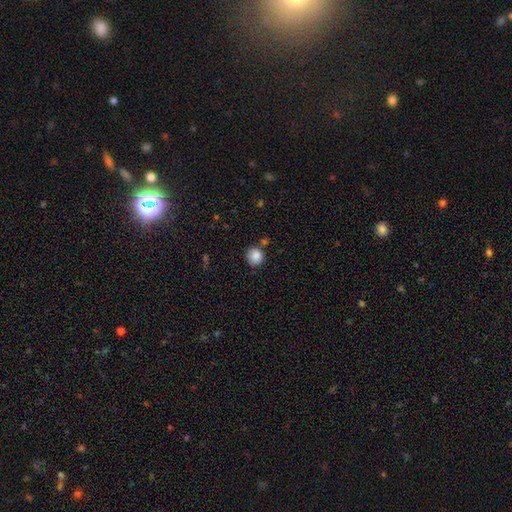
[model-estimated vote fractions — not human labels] The model was most divided on "merging": none: 77%, minor disturbance: 12%, merger: 8%, major disturbance: 3%. More confident: how rounded — round (87%); smooth or featured — smooth (87%).